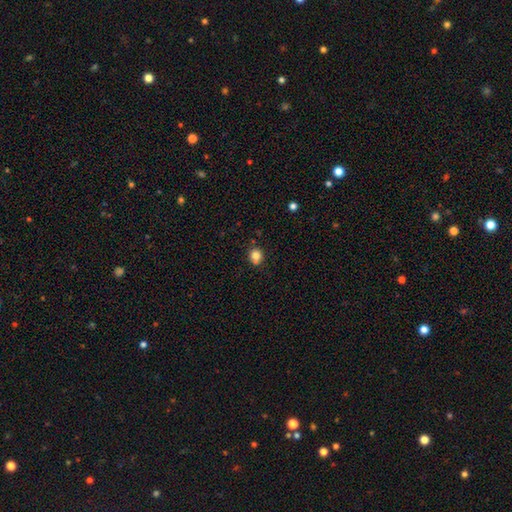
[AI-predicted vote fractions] smooth 82%, star or artifact 12%, featured or disk 6%. Down the decision tree: how rounded — round (83%); merging — none (77%).